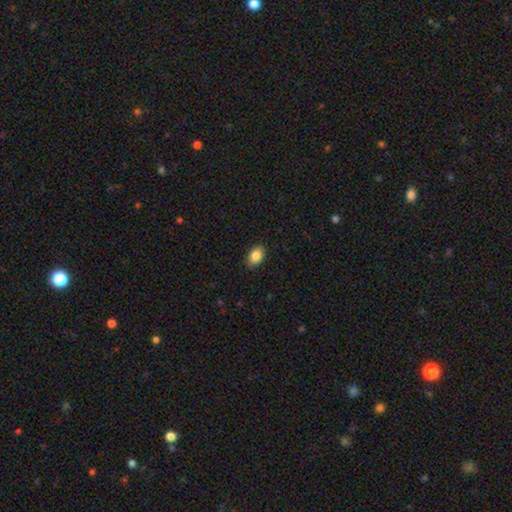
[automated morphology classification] smooth_or_featured: smooth (p=0.87) [alt: star or artifact p=0.08]
how_rounded: in between (p=0.87) [alt: round p=0.12]
merging: none (p=0.89) [alt: minor disturbance p=0.08]